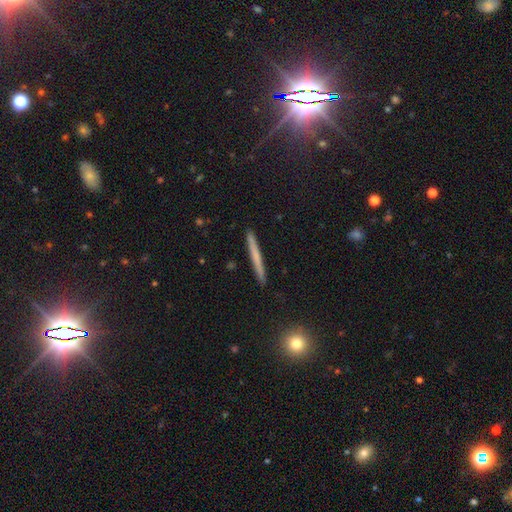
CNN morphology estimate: A smooth galaxy with no disk features (57%) that is cigar-shaped (97%). Merging: none (92%).